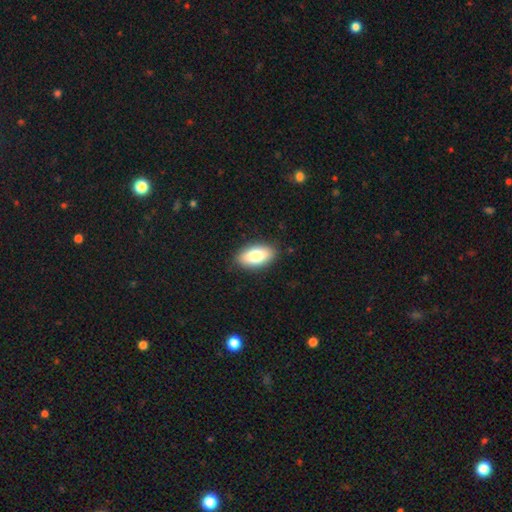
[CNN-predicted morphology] This is likely a smooth galaxy (79%). How rounded: clearly in between (91%). Merging: clearly none (87%).